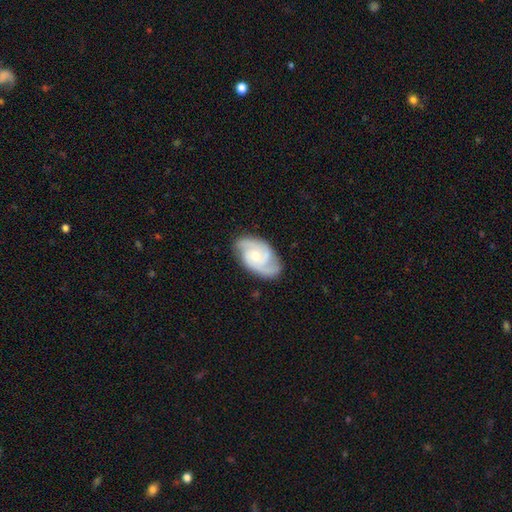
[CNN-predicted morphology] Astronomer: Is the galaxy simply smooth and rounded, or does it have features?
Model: featured or disk — 85%.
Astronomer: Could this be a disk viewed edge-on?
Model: no — 97%.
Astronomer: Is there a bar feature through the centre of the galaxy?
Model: no — 67%.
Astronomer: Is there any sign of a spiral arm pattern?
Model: yes — 97%.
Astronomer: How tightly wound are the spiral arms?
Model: medium — 48% (runner-up: tight, 41%).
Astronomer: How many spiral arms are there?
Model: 2 — 51% (runner-up: 3, 34%).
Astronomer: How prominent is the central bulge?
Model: small — 50% (runner-up: moderate, 46%).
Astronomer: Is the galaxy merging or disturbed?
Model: none — 79%.